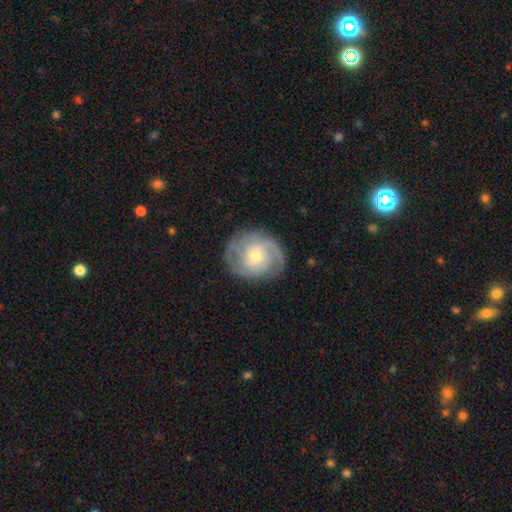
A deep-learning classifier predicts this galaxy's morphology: This appears to be a featured or disk galaxy (76%) with no bar (72%), 2 (45%) tight (57%) spiral arms (92%) and a moderate central bulge (51%). Merging: none (81%).